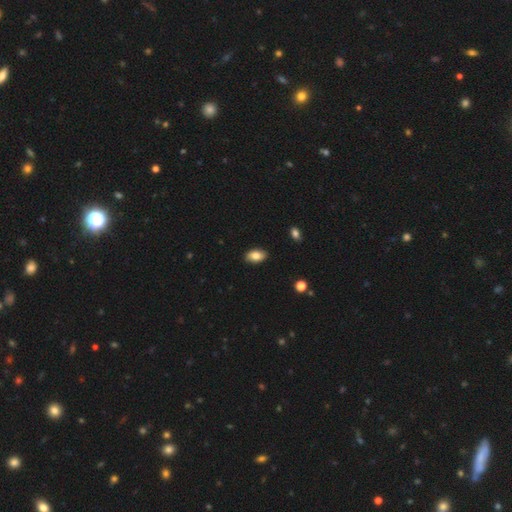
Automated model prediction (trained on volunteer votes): A smooth galaxy with no disk features (83%) that is in between round and cigar-shaped (93%).

Vote fractions:
- Smooth or featured? smooth: 83% / featured or disk: 9% / star or artifact: 7%
- How rounded? in between: 93% / round: 5% / cigar-shaped: 2%
- Merging? none: 88% / minor disturbance: 9% / major disturbance: 2% / merger: 1%